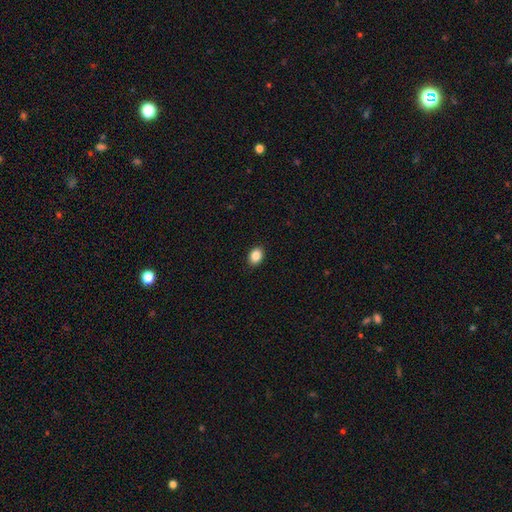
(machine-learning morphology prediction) Q: Smooth or featured?
A: smooth (87%); runner-up: star or artifact (8%)
Q: How rounded?
A: in between (74%); runner-up: round (25%)
Q: Merging?
A: none (90%); runner-up: minor disturbance (7%)